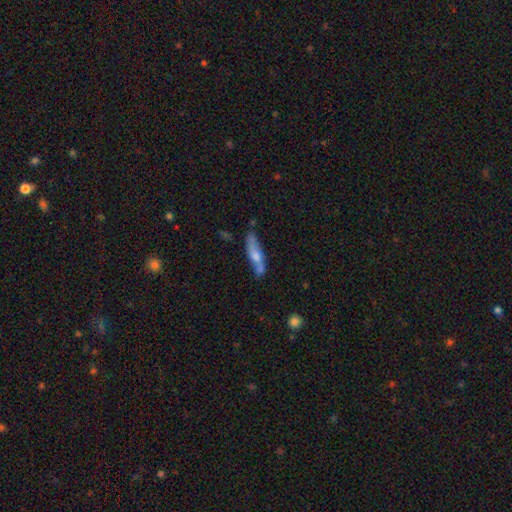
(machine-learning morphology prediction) Smooth or featured: smooth — 52% (featured or disk — 41%)
How rounded: cigar-shaped — 70% (in between — 27%)
Merging: none — 51% (minor disturbance — 24%)